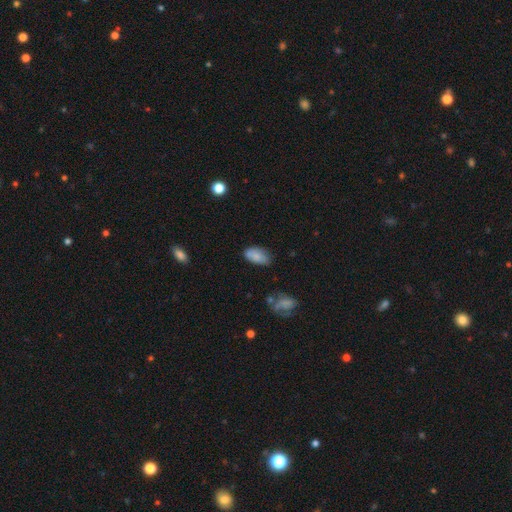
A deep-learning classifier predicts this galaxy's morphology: smooth-or-featured: smooth: 83% | featured or disk: 10% | star or artifact: 8%
  how-rounded: in between: 93% | round: 4% | cigar-shaped: 3%
  merging: none: 67% | minor disturbance: 25% | major disturbance: 5% | merger: 3%